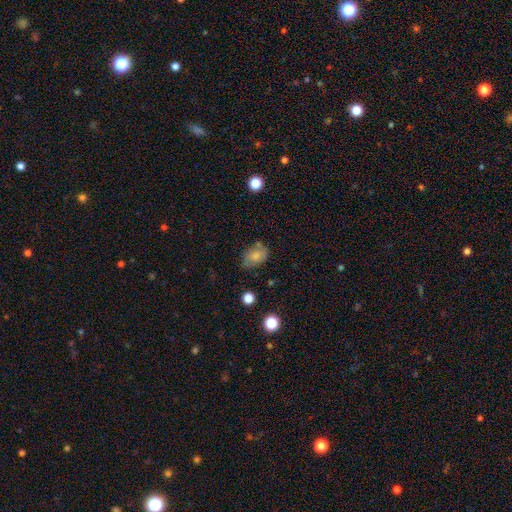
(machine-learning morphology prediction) A smooth galaxy with no disk features (73%) that is in between round and cigar-shaped (78%).

Vote fractions:
- Smooth or featured? smooth: 73% / featured or disk: 17% / star or artifact: 10%
- How rounded? in between: 78% / round: 20% / cigar-shaped: 1%
- Merging? none: 64% / minor disturbance: 24% / major disturbance: 7% / merger: 5%